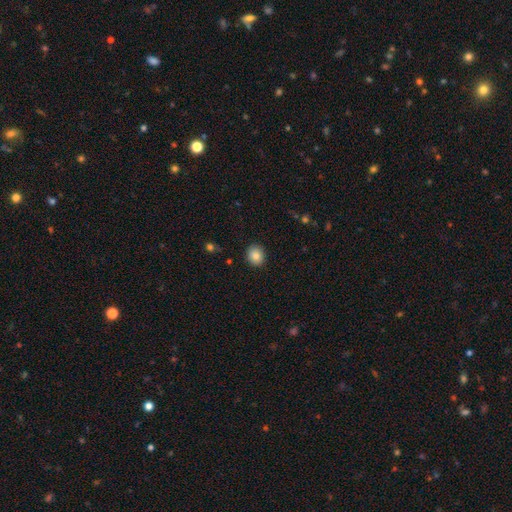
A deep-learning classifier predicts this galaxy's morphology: This is clearly a smooth galaxy (83%). How rounded: likely round (72%). Merging: clearly none (90%).